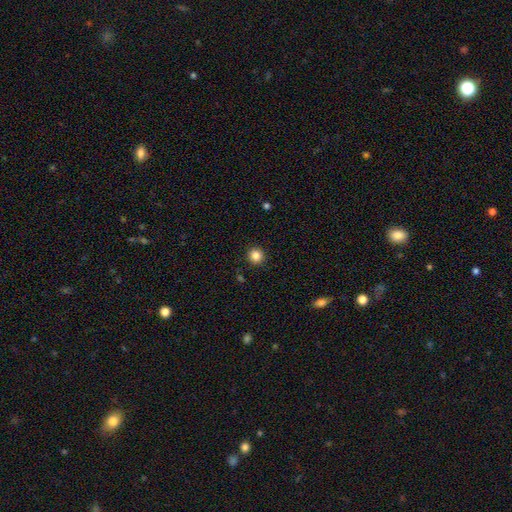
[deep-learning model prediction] A smooth galaxy with no disk features (85%) that is round (93%).

Vote fractions:
- Smooth or featured? smooth: 85% / star or artifact: 11% / featured or disk: 4%
- How rounded? round: 93% / in between: 6% / cigar-shaped: 1%
- Merging? none: 92% / minor disturbance: 5% / major disturbance: 2% / merger: 1%